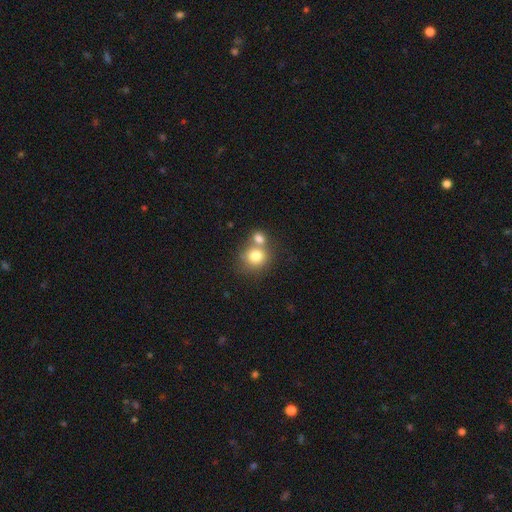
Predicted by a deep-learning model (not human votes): smooth_or_featured: smooth (p=0.78) [alt: featured or disk p=0.12]
how_rounded: round (p=0.81) [alt: in between p=0.18]
merging: merger (p=0.48) [alt: none p=0.41]